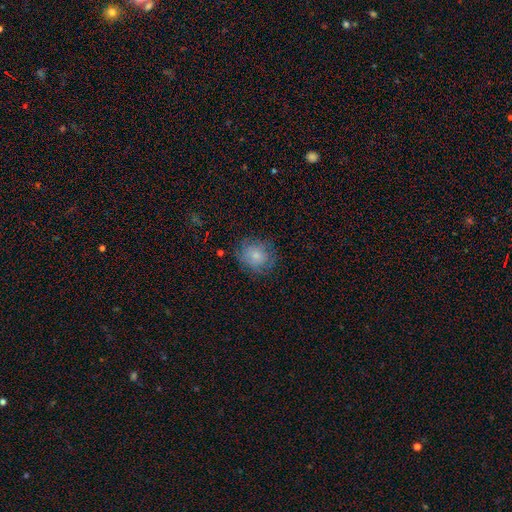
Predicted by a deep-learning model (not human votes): smooth-or-featured: smooth: 73% | featured or disk: 18% | star or artifact: 9%
  how-rounded: round: 75% | in between: 24% | cigar-shaped: 1%
  merging: none: 74% | minor disturbance: 18% | major disturbance: 7% | merger: 1%